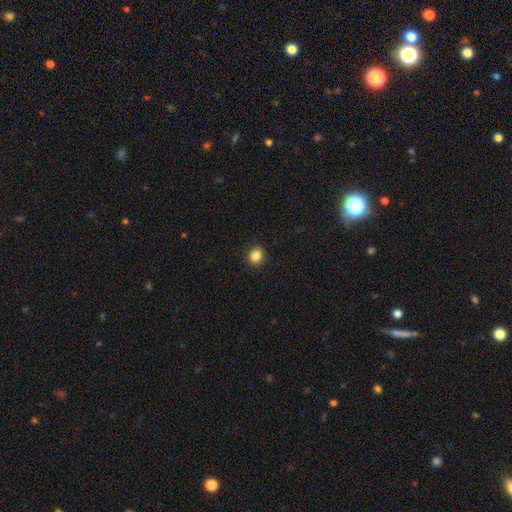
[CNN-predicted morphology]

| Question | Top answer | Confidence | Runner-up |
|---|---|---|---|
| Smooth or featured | smooth | 85% | star or artifact (11%) |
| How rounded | round | 75% | in between (24%) |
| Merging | none | 91% | minor disturbance (6%) |